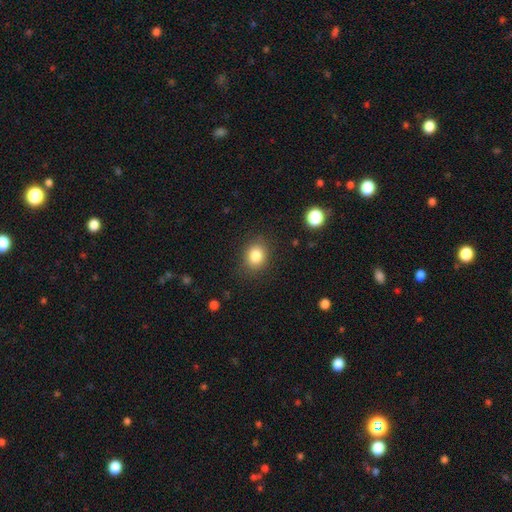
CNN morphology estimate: smooth-or-featured: smooth: 83% | star or artifact: 11% | featured or disk: 6%
  how-rounded: round: 59% | in between: 40% | cigar-shaped: 1%
  merging: none: 84% | minor disturbance: 11% | major disturbance: 4% | merger: 1%